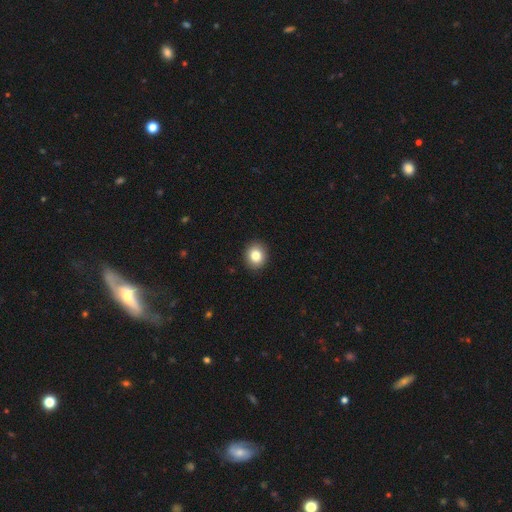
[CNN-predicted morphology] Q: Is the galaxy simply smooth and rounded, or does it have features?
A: smooth — 83%.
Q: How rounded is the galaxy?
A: round — 74%.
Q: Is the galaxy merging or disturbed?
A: none — 91%.